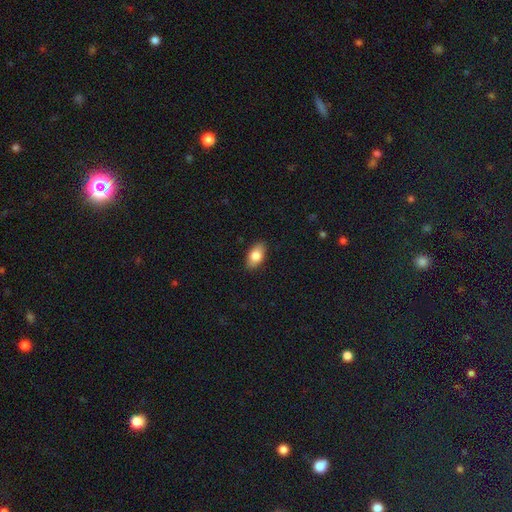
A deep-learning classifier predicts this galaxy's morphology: This is clearly a smooth galaxy (81%). How rounded: clearly in between (91%). Merging: clearly none (88%).